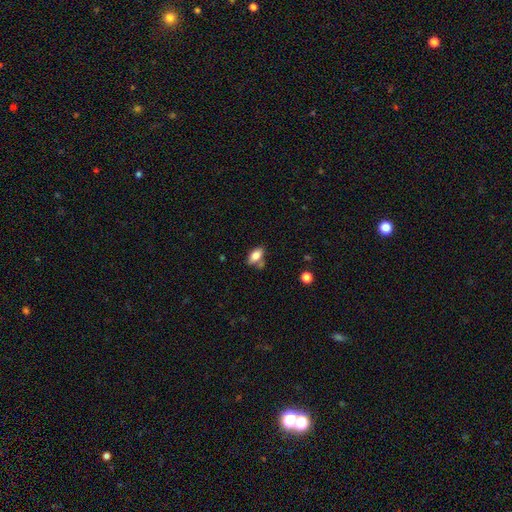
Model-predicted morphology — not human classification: smooth 79%, featured or disk 13%, star or artifact 8%. Down the decision tree: how rounded — in between (89%); merging — none (62%).